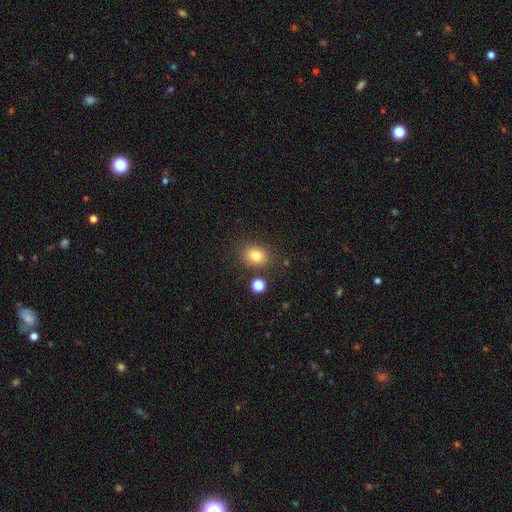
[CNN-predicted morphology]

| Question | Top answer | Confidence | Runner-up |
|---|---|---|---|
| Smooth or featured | smooth | 81% | star or artifact (12%) |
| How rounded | round | 51% | in between (48%) |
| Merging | none | 82% | minor disturbance (10%) |